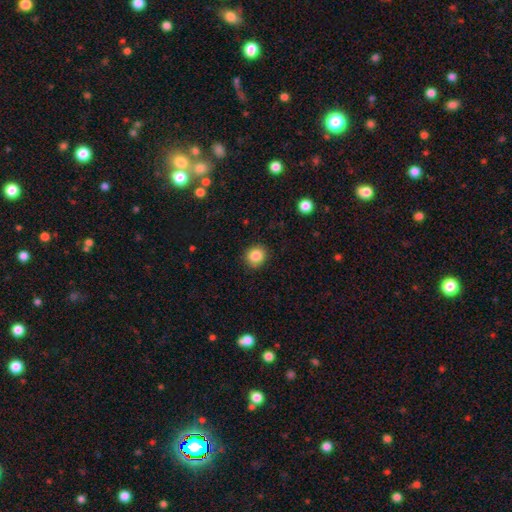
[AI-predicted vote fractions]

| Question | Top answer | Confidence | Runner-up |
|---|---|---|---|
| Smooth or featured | smooth | 85% | star or artifact (10%) |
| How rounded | round | 83% | in between (16%) |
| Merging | none | 88% | minor disturbance (9%) |